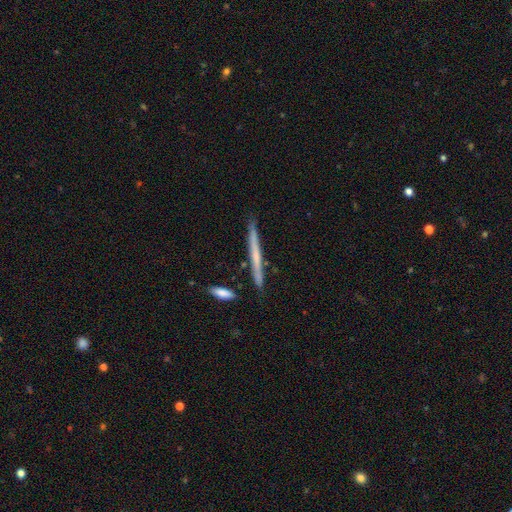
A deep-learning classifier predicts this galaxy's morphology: Smooth or featured: featured or disk — 52% (smooth — 42%)
Edge-on disk: yes — 96% (no — 4%)
Merging: none — 86% (minor disturbance — 9%)